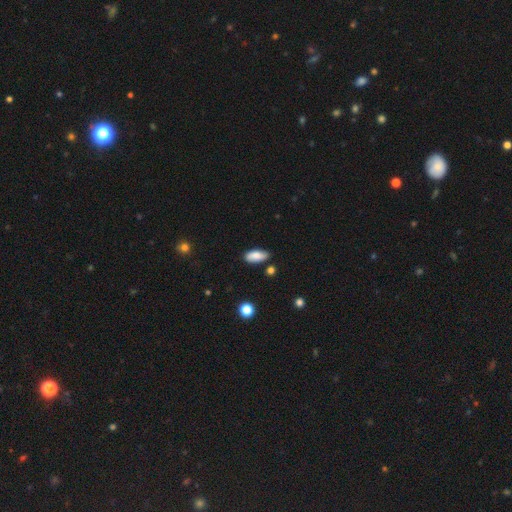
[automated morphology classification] A smooth galaxy with no disk features (80%) that is in between round and cigar-shaped (88%).

Vote fractions:
- Smooth or featured? smooth: 80% / featured or disk: 13% / star or artifact: 7%
- How rounded? in between: 88% / cigar-shaped: 10% / round: 2%
- Merging? none: 78% / minor disturbance: 16% / merger: 3% / major disturbance: 3%